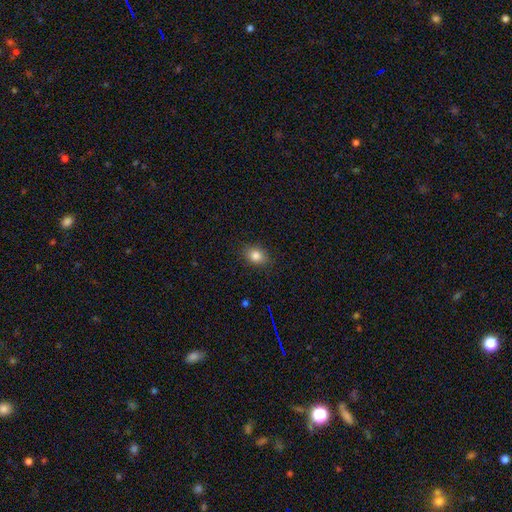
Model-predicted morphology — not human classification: smooth_or_featured: smooth (p=0.84) [alt: star or artifact p=0.10]
how_rounded: in between (p=0.63) [alt: round p=0.36]
merging: none (p=0.87) [alt: minor disturbance p=0.10]